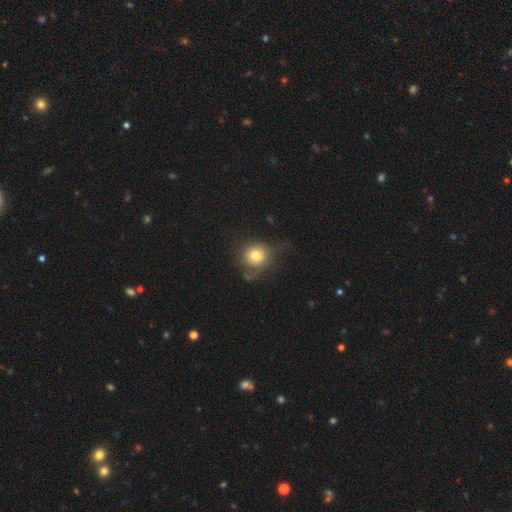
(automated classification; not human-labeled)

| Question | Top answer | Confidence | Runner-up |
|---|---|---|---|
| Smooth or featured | smooth | 75% | featured or disk (14%) |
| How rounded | round | 84% | in between (15%) |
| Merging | none | 57% | minor disturbance (28%) |